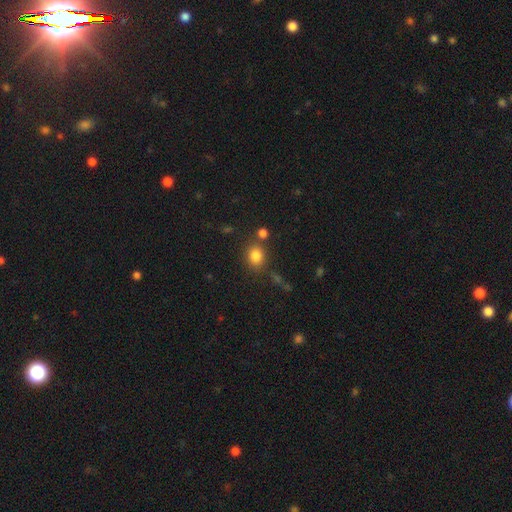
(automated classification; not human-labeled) Morphology: type=smooth (82%); roundness=round (56%); merging=none (74%).